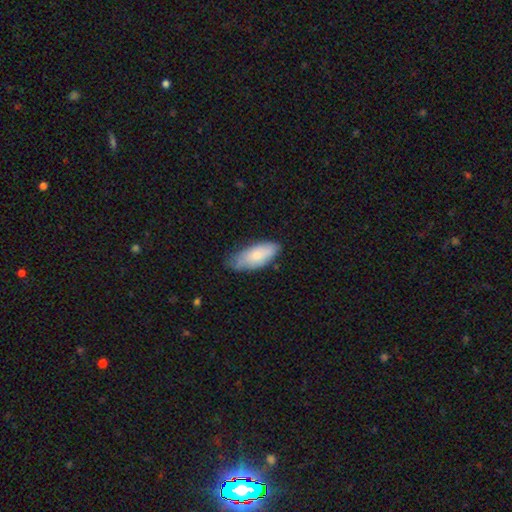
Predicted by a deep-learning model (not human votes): This is likely a smooth galaxy (75%). How rounded: clearly in between (85%). Merging: likely none (62%).